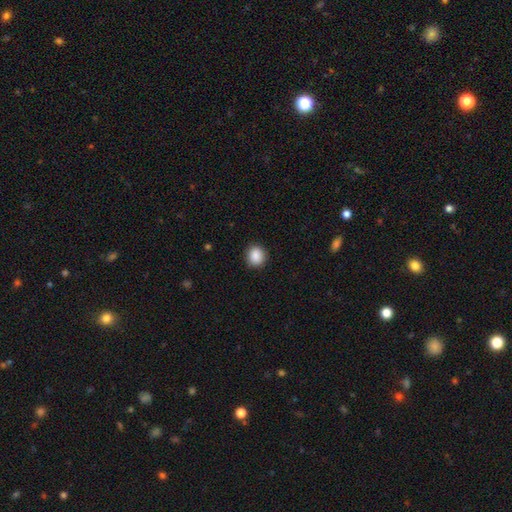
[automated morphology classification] Smooth or featured? smooth (89%)
How rounded? round (82%)
Merging? none (90%)